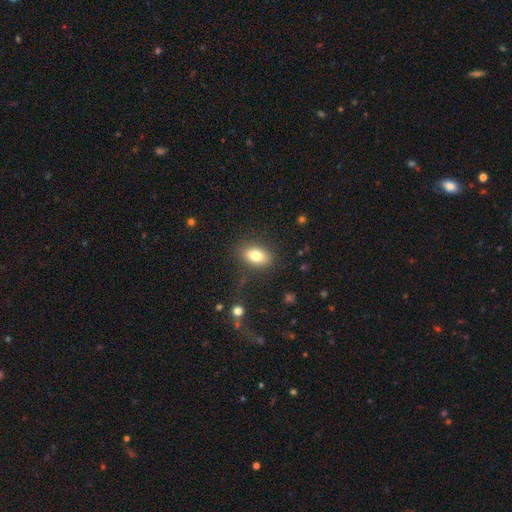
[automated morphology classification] Smooth or featured: smooth — 79% (featured or disk — 12%)
How rounded: in between — 87% (round — 11%)
Merging: none — 82% (minor disturbance — 12%)